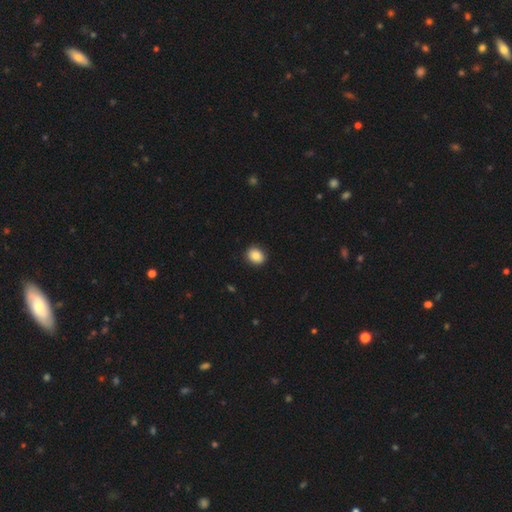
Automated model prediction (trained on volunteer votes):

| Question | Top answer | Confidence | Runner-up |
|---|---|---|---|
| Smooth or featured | smooth | 85% | star or artifact (9%) |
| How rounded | round | 63% | in between (36%) |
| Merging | none | 90% | minor disturbance (7%) |